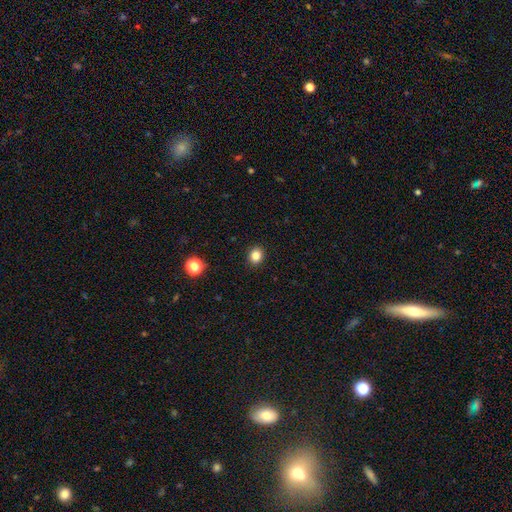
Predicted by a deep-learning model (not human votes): This is clearly a smooth galaxy (83%). How rounded: likely round (71%). Merging: clearly none (92%).